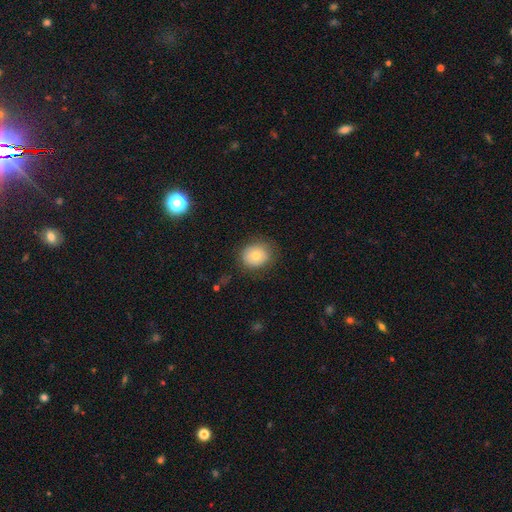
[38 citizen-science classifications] Smooth or featured?
  - smooth: 61% *
  - featured or disk: 32%
  - star or artifact: 8%
How rounded?
  - round: 78% *
  - in between: 22%
  - cigar-shaped: 0%
Merging?
  - none: 80% *
  - minor disturbance: 14%
  - major disturbance: 3%
  - merger: 3%